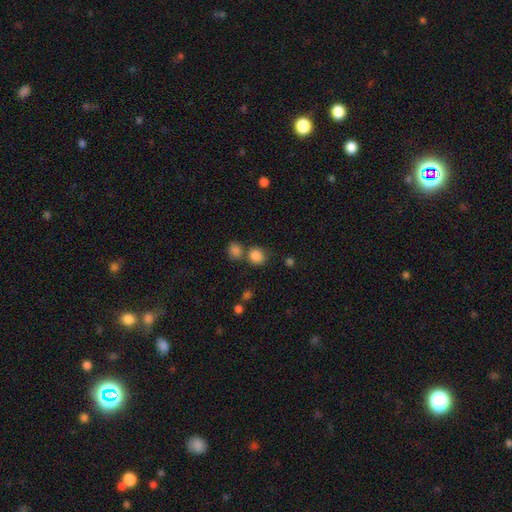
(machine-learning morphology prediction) The model was most divided on "merging": none: 61%, merger: 24%, minor disturbance: 11%, major disturbance: 4%. More confident: smooth or featured — smooth (84%); how rounded — round (81%).